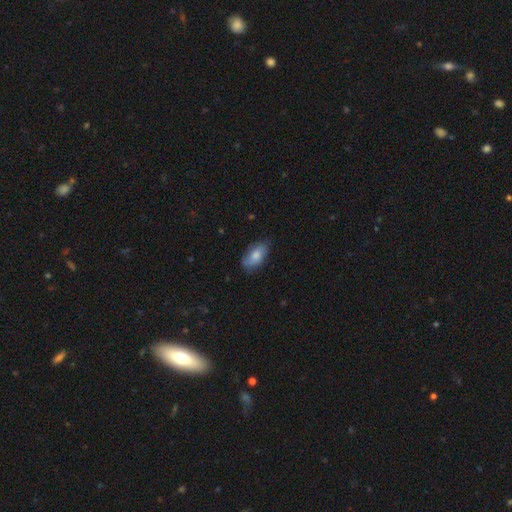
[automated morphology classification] Q: Smooth or featured?
A: smooth (74%); runner-up: featured or disk (20%)
Q: How rounded?
A: in between (91%); runner-up: cigar-shaped (6%)
Q: Merging?
A: none (71%); runner-up: minor disturbance (23%)